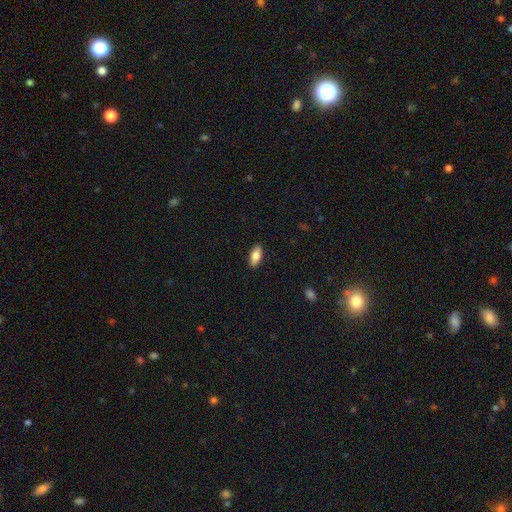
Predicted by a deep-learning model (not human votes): This appears to be a smooth galaxy with no disk features (82%) that is in between round and cigar-shaped (86%). Merging: none (90%).